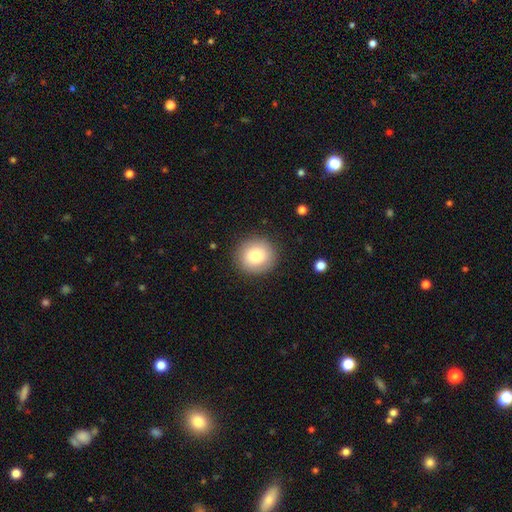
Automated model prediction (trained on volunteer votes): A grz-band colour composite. It shows a smooth galaxy with no disk features (81%) that is round (89%). Merging: none (89%).